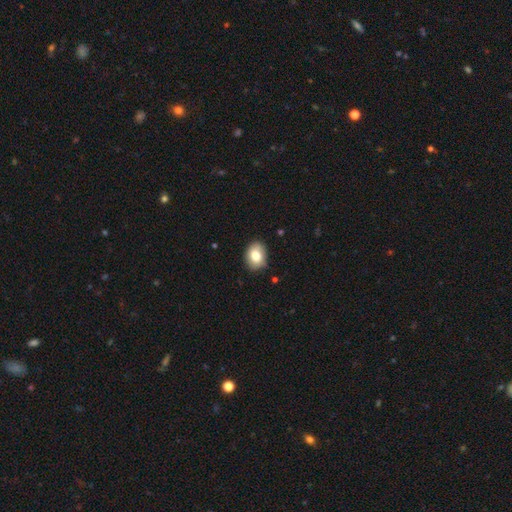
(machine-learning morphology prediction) Smooth or featured?
  - smooth: 79% *
  - featured or disk: 12%
  - star or artifact: 9%
How rounded?
  - in between: 60% *
  - round: 39%
  - cigar-shaped: 1%
Merging?
  - none: 82% *
  - minor disturbance: 14%
  - major disturbance: 3%
  - merger: 1%